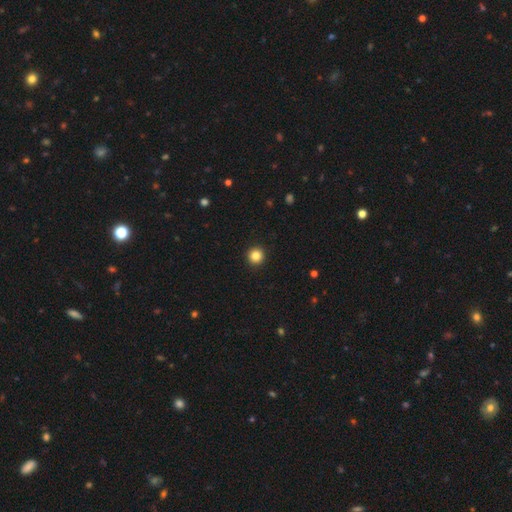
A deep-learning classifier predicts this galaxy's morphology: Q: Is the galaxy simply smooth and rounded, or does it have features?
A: smooth — 85%.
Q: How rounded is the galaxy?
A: round — 96%.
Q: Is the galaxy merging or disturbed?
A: none — 94%.